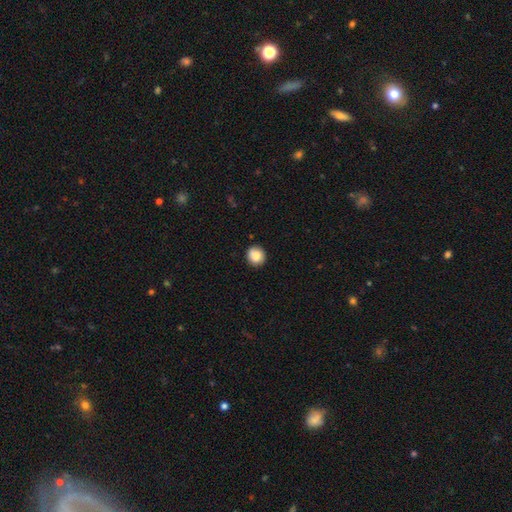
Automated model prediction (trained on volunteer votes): This appears to be a smooth galaxy with no disk features (84%) that is round (89%). Merging: none (86%).